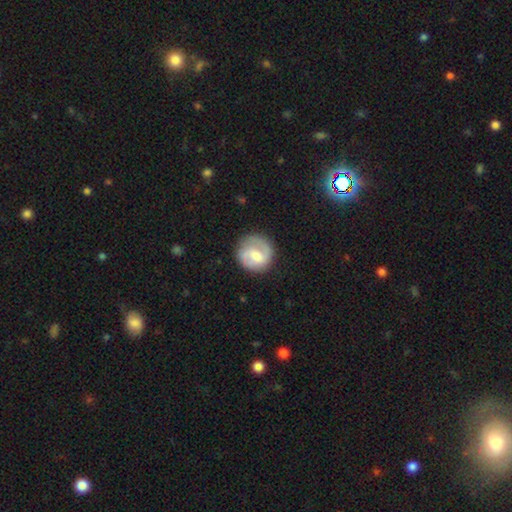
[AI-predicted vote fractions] This is likely a featured or disk galaxy (62%). It is clearly not viewed edge-on (98%). Bar: possibly weak (53%). Spiral arm pattern: clearly yes (89%). Spiral arm count: likely 2 (74%). Spiral winding: marginally medium (45%). Central bulge: possibly moderate (48%). Merging: likely none (78%).